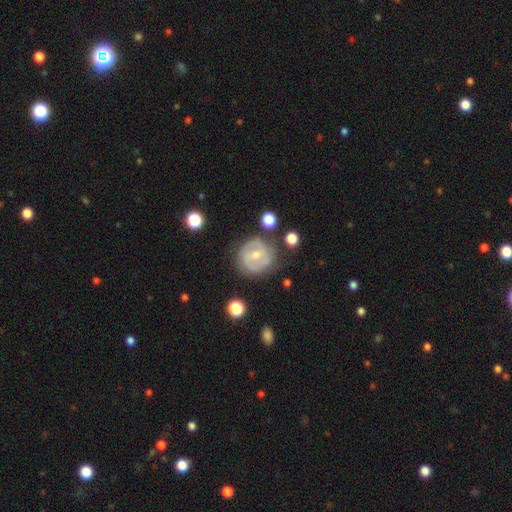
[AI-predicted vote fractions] Overall: featured or disk (64%; smooth 29%). Edge-on disk: no (97%). Bar: weak (46%; no 35%). Spiral arms: yes (71%). Bulge size: moderate (51%; small 44%). Merging: none (73%).